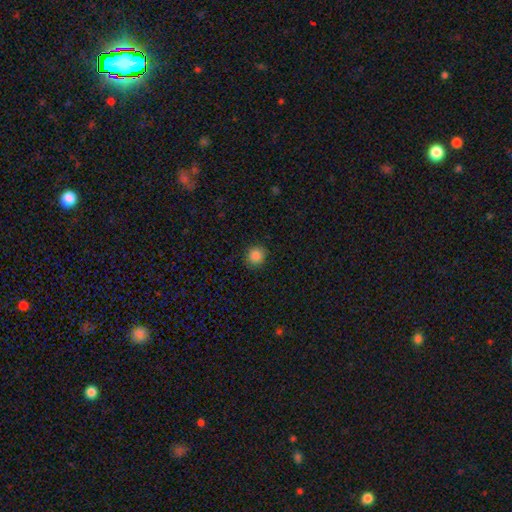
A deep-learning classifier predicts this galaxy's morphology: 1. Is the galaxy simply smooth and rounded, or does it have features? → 86% smooth, 10% star or artifact, 4% featured or disk.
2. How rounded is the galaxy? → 89% round, 10% in between, 1% cigar-shaped.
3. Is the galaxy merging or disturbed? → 89% none, 8% minor disturbance, 2% major disturbance, 1% merger.